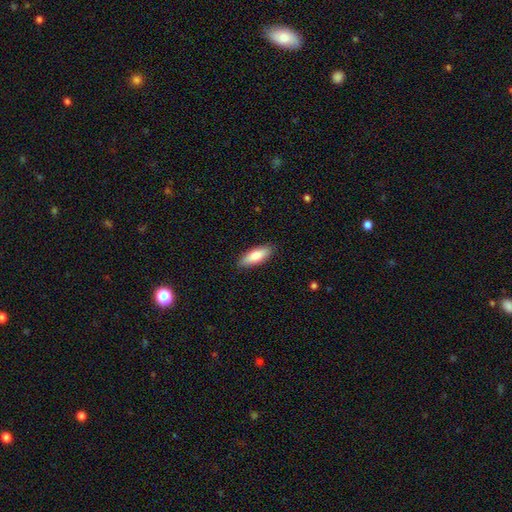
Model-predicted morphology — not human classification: A smooth galaxy with no disk features (80%) that is in between round and cigar-shaped (67%).

Vote fractions:
- Smooth or featured? smooth: 80% / featured or disk: 15% / star or artifact: 6%
- How rounded? in between: 67% / cigar-shaped: 31% / round: 2%
- Merging? none: 88% / minor disturbance: 9% / major disturbance: 2% / merger: 1%